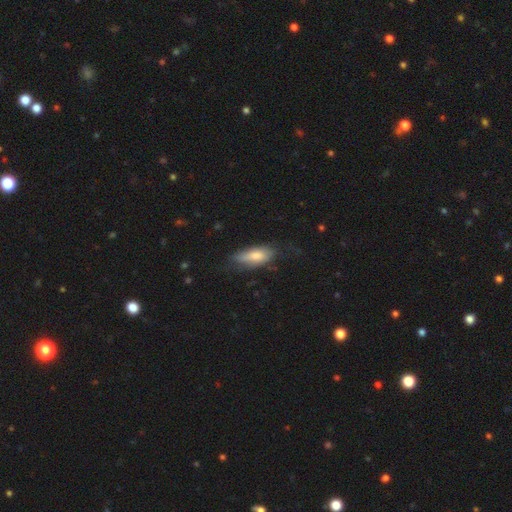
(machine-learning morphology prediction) Smooth or featured? Predicted: smooth (p=0.69). How rounded? Predicted: in between (p=0.71). Merging? Predicted: none (p=0.54).